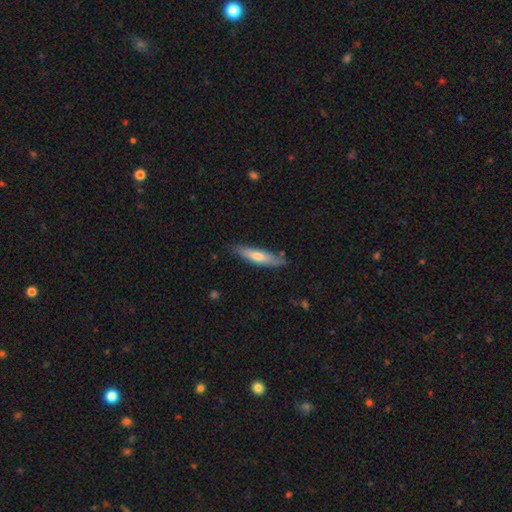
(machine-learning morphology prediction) A smooth galaxy with no disk features (59%) that is cigar-shaped (81%). Merging: none (79%).